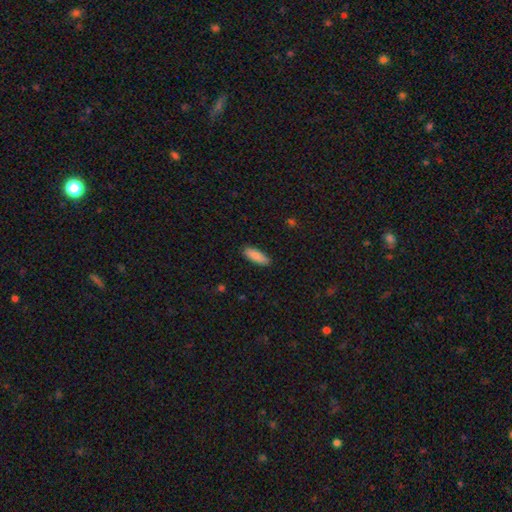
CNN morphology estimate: Smooth or featured? Predicted: smooth (p=0.88). How rounded? Predicted: in between (p=0.54). Merging? Predicted: none (p=0.87).